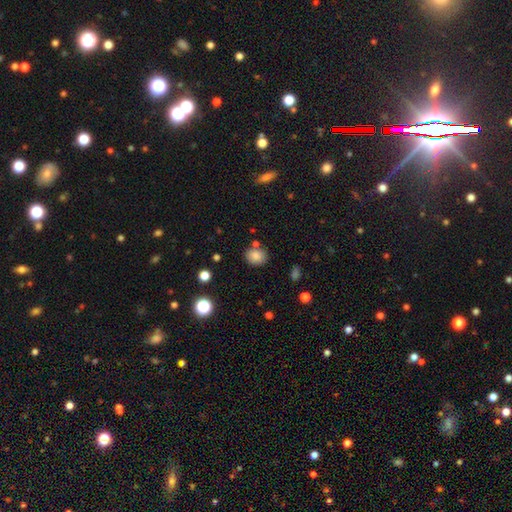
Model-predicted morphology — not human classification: This is clearly a smooth galaxy (83%). How rounded: likely round (64%). Merging: likely none (76%).